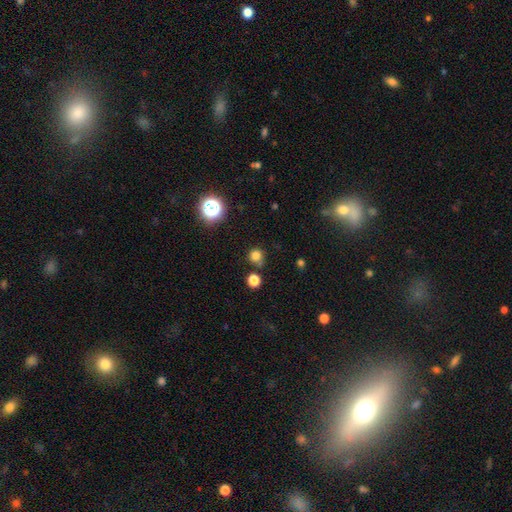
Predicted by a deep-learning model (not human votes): Morphology: type=smooth (77%); roundness=round (91%); merging=none (73%).